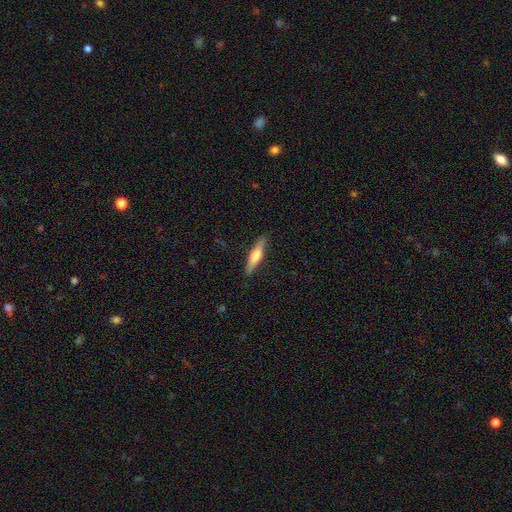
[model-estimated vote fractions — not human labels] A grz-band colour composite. It shows a smooth galaxy with no disk features (49%). Merging: none (88%).